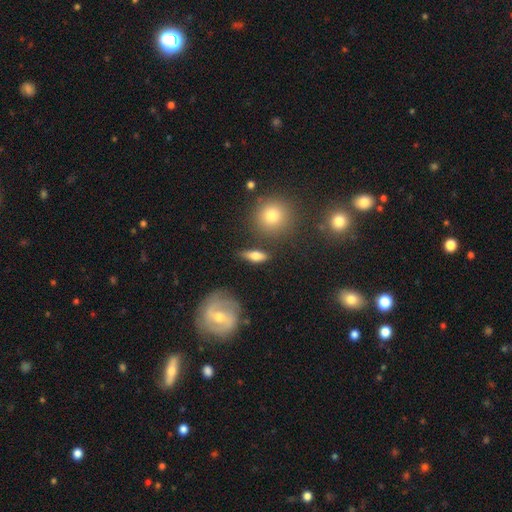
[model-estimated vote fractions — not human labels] The model was most divided on "how rounded": in between: 57%, cigar-shaped: 33%, round: 10%. More confident: merging — none (78%); smooth or featured — smooth (61%).